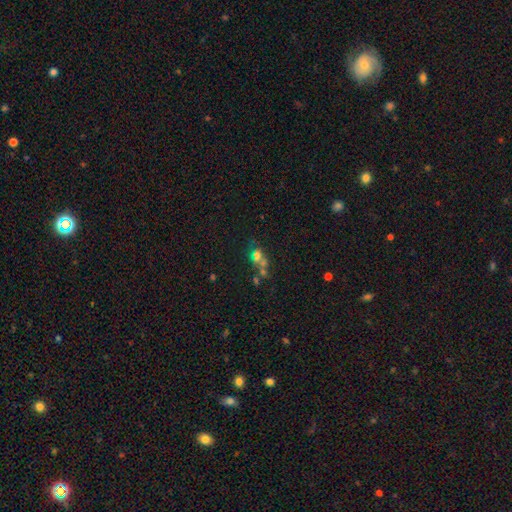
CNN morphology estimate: This appears to be a smooth galaxy with no disk features (51%) that is round (59%). Merging: merger (49%).